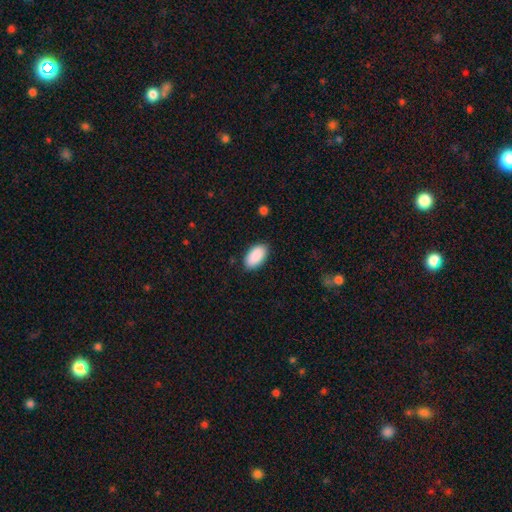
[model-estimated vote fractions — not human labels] Q: Smooth or featured?
A: smooth (91%); runner-up: star or artifact (6%)
Q: How rounded?
A: in between (96%); runner-up: round (3%)
Q: Merging?
A: none (86%); runner-up: minor disturbance (10%)